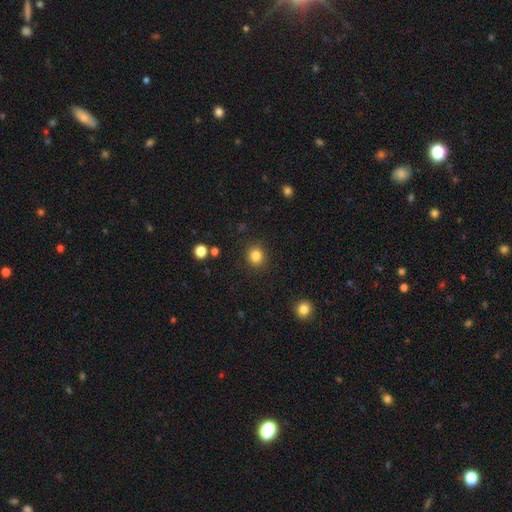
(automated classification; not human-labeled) smooth 85%, star or artifact 11%, featured or disk 4%. Down the decision tree: how rounded — round (83%); merging — none (89%).